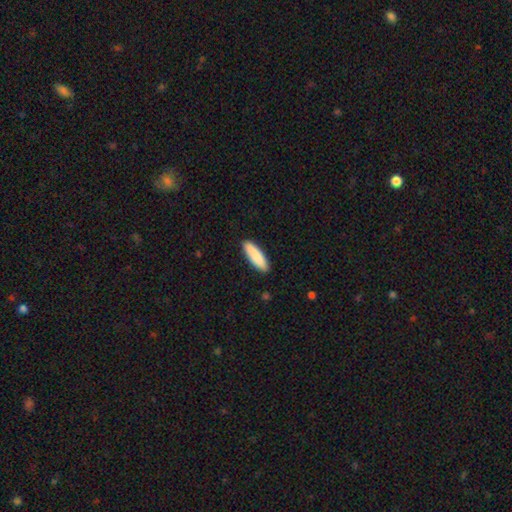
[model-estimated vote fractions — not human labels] Smooth or featured? Predicted: smooth (p=0.89). How rounded? Predicted: cigar-shaped (p=0.62). Merging? Predicted: none (p=0.90).